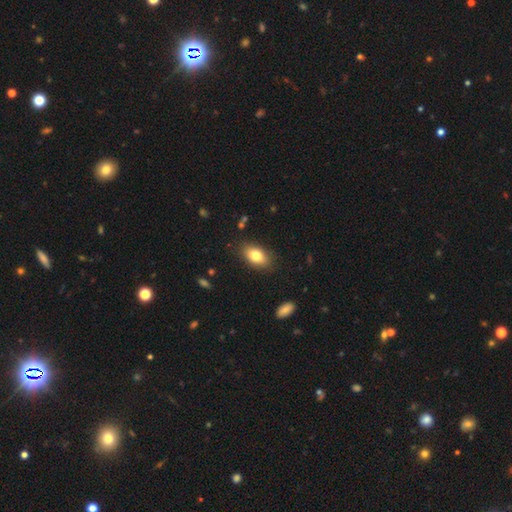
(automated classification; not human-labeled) Smooth or featured? smooth (79%)
How rounded? in between (89%)
Merging? none (85%)